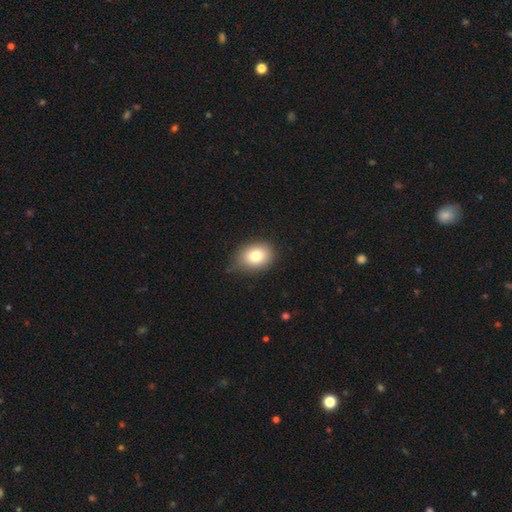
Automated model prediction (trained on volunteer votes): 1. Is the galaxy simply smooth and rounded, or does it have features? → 80% smooth, 11% featured or disk, 9% star or artifact.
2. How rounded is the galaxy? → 68% in between, 31% round, 1% cigar-shaped.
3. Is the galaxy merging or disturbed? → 78% none, 18% minor disturbance, 3% major disturbance, 1% merger.